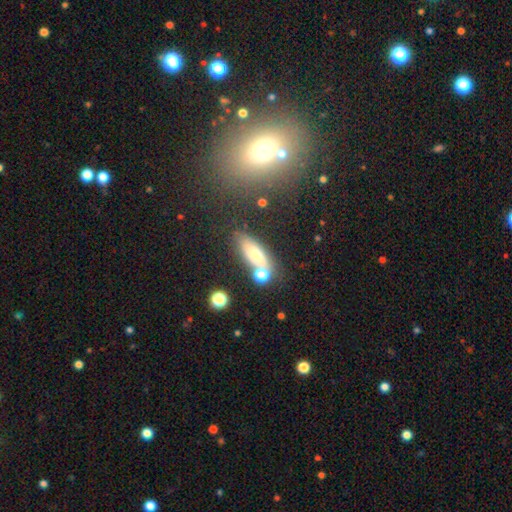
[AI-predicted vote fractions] Morphology: type=smooth (68%); roundness=in between (60%); merging=none (61%).